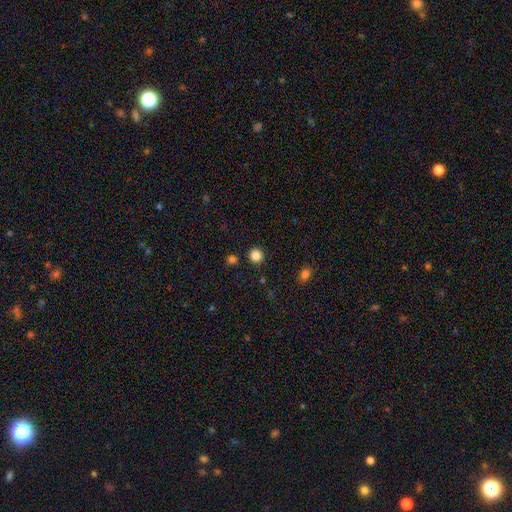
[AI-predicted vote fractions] Smooth or featured?
  - smooth: 84% *
  - star or artifact: 12%
  - featured or disk: 4%
How rounded?
  - round: 93% *
  - in between: 6%
  - cigar-shaped: 1%
Merging?
  - none: 90% *
  - minor disturbance: 5%
  - merger: 3%
  - major disturbance: 2%